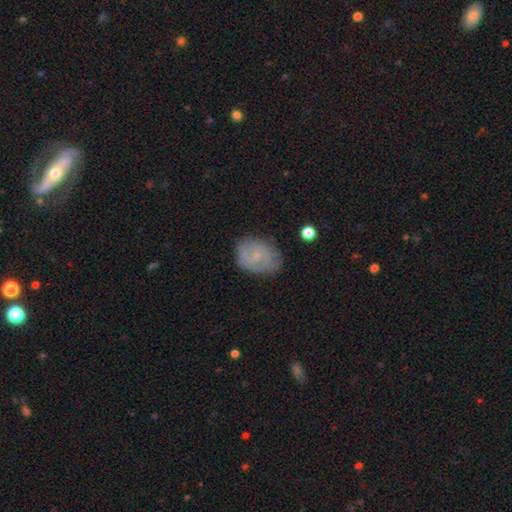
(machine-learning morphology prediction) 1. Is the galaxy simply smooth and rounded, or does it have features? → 52% featured or disk, 39% smooth, 9% star or artifact.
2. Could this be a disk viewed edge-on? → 97% no, 3% yes.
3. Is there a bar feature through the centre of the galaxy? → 59% no, 36% weak, 6% strong.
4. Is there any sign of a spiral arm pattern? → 79% yes, 21% no.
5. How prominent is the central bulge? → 54% small, 29% none, 15% moderate, 1% large, 1% dominant.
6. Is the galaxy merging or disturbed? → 66% none, 23% minor disturbance, 9% major disturbance, 2% merger.